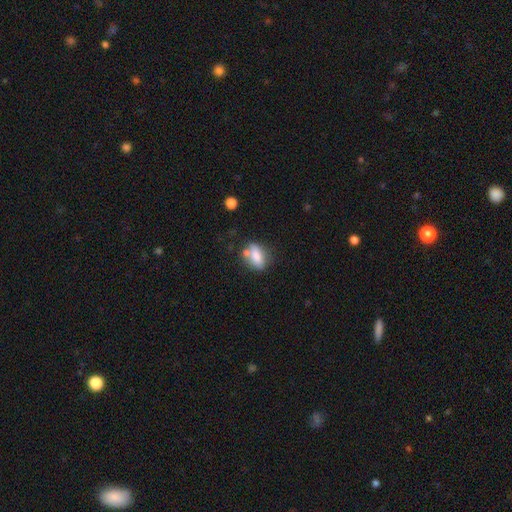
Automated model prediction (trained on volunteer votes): Smooth or featured? smooth (75%)
How rounded? in between (76%)
Merging? none (56%)